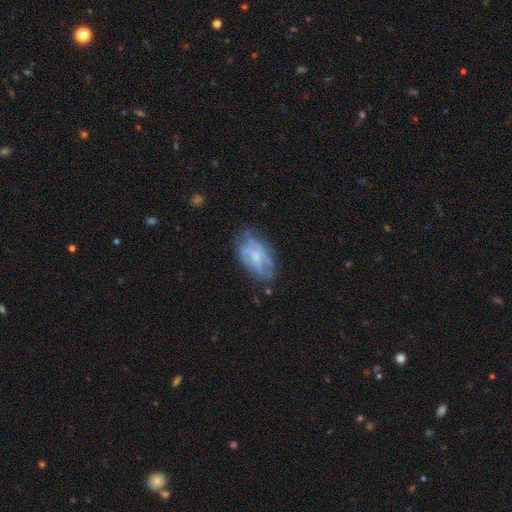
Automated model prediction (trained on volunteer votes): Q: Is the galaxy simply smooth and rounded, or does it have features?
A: featured or disk — 61%.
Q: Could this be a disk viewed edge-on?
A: no — 95%.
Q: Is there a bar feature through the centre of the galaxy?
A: no — 72%.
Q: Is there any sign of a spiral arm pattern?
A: no — 50%, tied with yes.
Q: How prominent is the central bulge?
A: small — 47%.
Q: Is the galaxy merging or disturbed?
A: none — 58%.